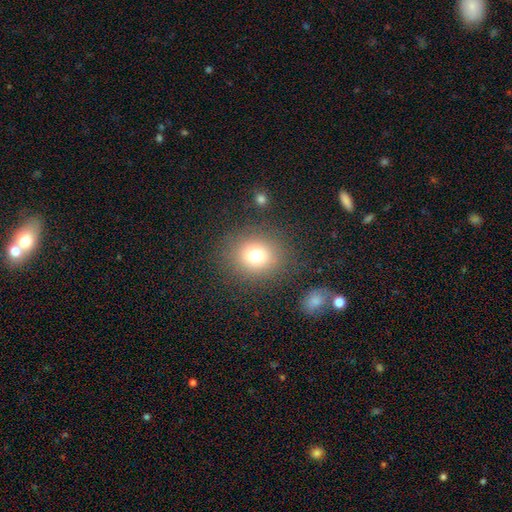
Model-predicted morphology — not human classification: smooth-or-featured: smooth: 75% | star or artifact: 15% | featured or disk: 10%
  how-rounded: round: 79% | in between: 20% | cigar-shaped: 1%
  merging: none: 84% | minor disturbance: 9% | major disturbance: 5% | merger: 3%